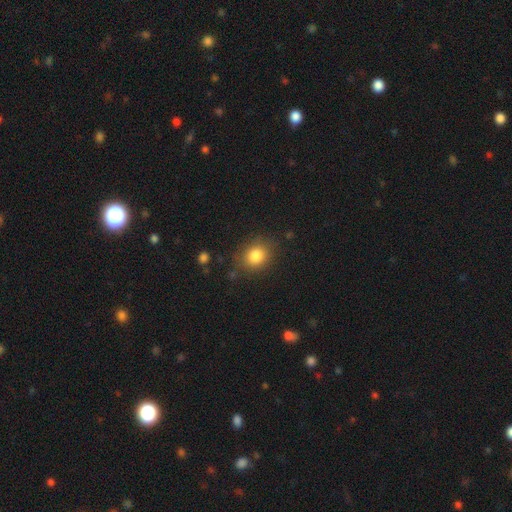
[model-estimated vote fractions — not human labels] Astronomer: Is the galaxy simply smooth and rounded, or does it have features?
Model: smooth — 83%.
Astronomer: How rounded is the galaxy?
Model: round — 58% (runner-up: in between, 41%).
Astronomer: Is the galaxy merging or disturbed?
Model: none — 80%.